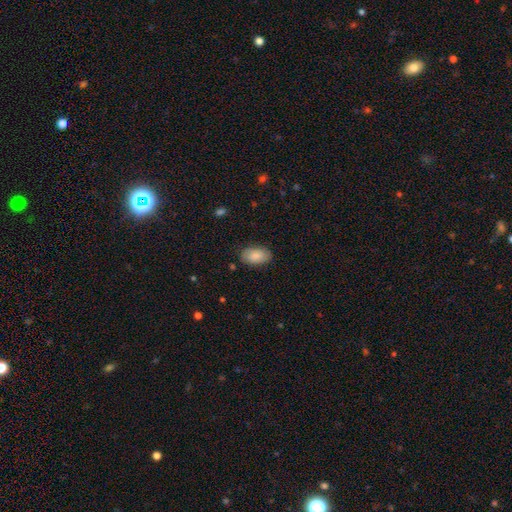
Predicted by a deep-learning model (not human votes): Morphology: type=smooth (84%); roundness=in between (93%); merging=none (84%).